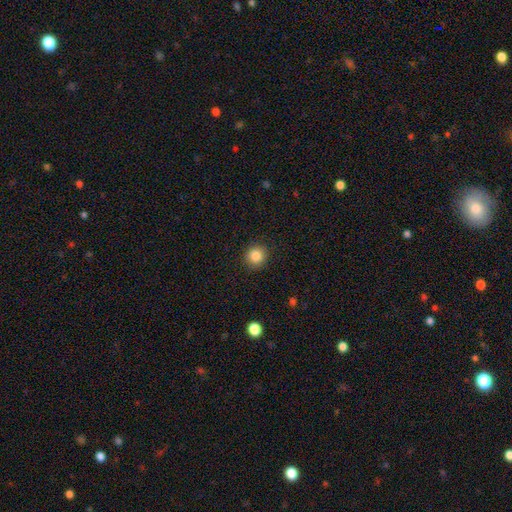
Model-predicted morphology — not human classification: Overall: smooth (85%). How rounded: round (90%). Merging: none (91%).